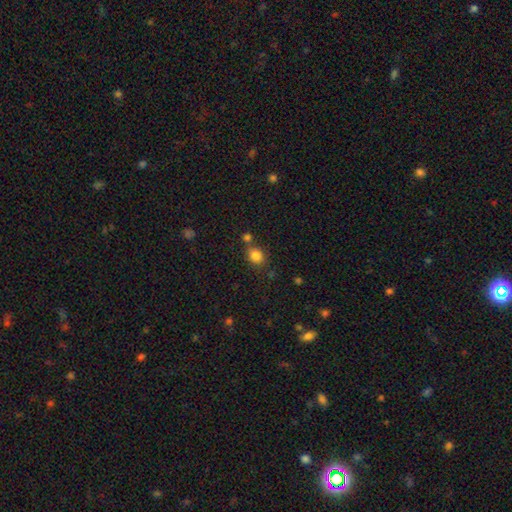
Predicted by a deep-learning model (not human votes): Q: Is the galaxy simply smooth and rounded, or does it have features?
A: smooth — 84%.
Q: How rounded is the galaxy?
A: round — 62%.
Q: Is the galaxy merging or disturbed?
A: none — 66%.